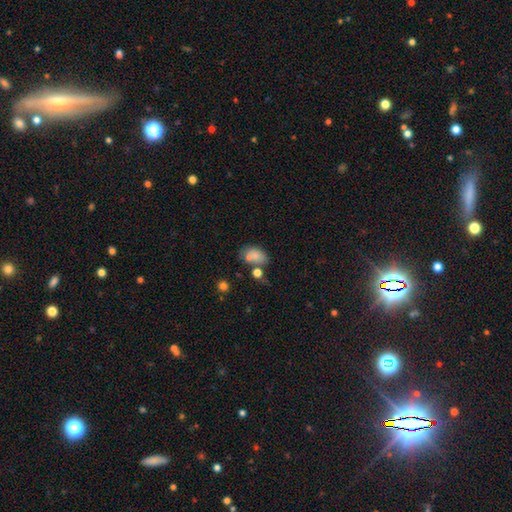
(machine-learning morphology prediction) A smooth galaxy with no disk features (77%) that is in between round and cigar-shaped (85%). Merging: none (46%).